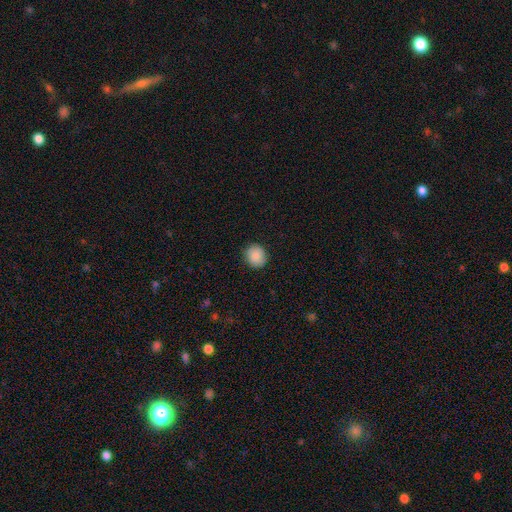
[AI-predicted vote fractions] Morphology: type=smooth (87%); roundness=round (82%); merging=none (87%).